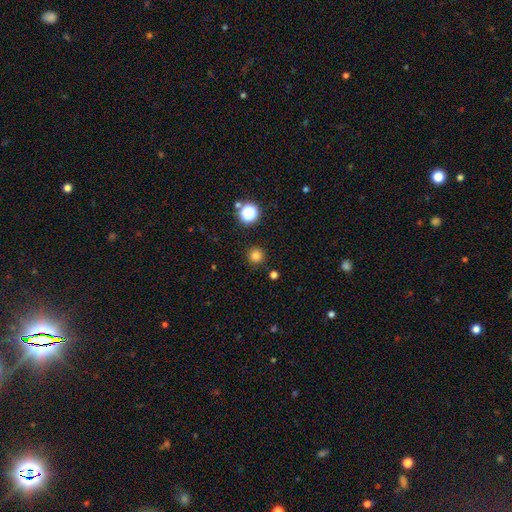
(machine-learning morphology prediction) Smooth or featured?
  - smooth: 80% *
  - star or artifact: 16%
  - featured or disk: 4%
How rounded?
  - round: 96% *
  - in between: 3%
  - cigar-shaped: 1%
Merging?
  - none: 91% *
  - minor disturbance: 5%
  - major disturbance: 2%
  - merger: 2%